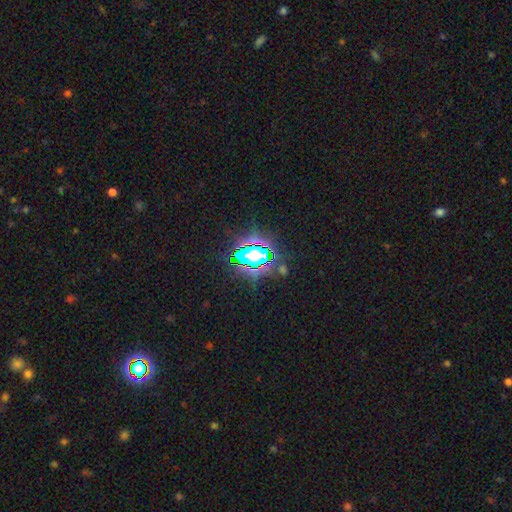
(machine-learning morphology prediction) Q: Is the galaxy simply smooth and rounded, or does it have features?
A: star or artifact — 69%.